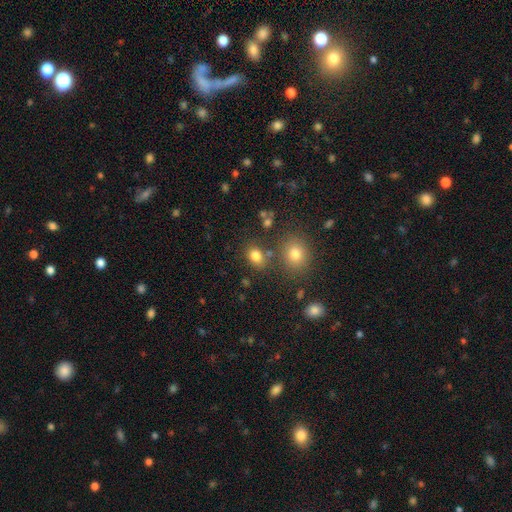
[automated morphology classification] type=smooth (81%); roundness=in between (59%); merging=none (71%).